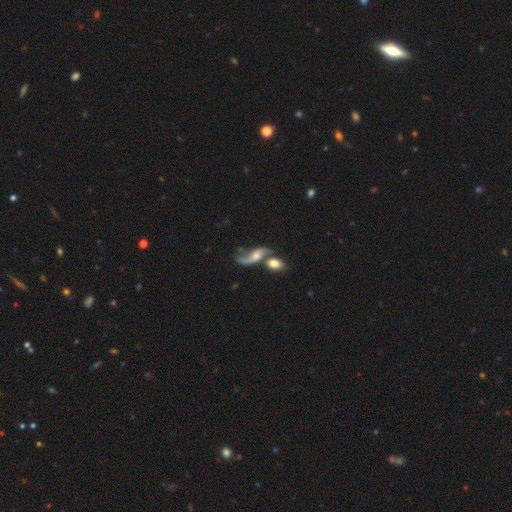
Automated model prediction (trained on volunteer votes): Smooth or featured? Predicted: featured or disk (p=0.72). Edge-on disk? Predicted: no (p=0.92). Bar? Predicted: no (p=0.58). Spiral arms? Predicted: yes (p=0.89). Spiral winding? Predicted: loose (p=0.84). Spiral arm count? Predicted: 2 (p=0.84). Bulge size? Predicted: moderate (p=0.48). Merging? Predicted: merger (p=0.47).